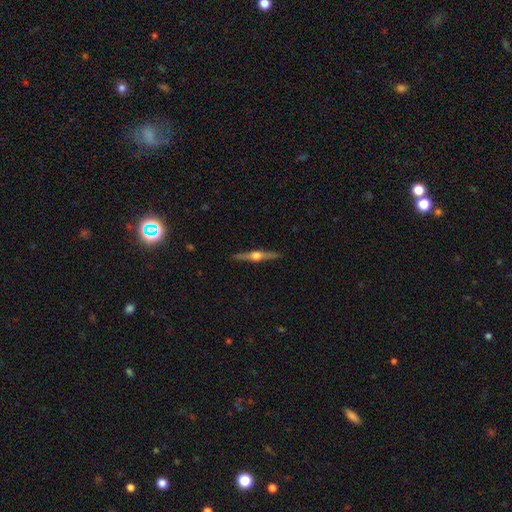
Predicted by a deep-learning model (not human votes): Morphology: type=featured or disk (78%); edge-on=yes (98%); edge-on bulge=rounded (95%); merging=none (91%).